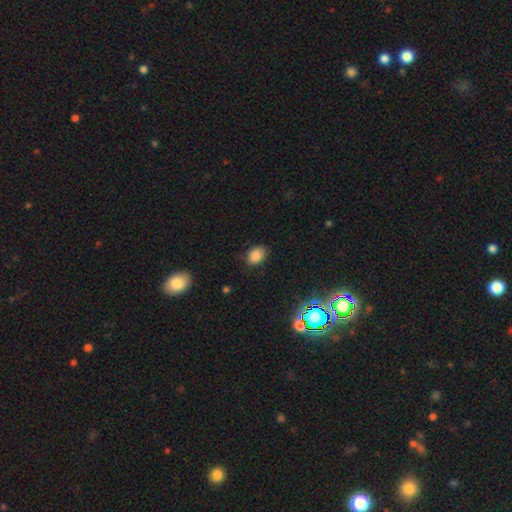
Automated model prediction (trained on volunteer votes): A smooth galaxy with no disk features (83%) that is in between round and cigar-shaped (70%).

Vote fractions:
- Smooth or featured? smooth: 83% / star or artifact: 12% / featured or disk: 5%
- How rounded? in between: 70% / round: 29% / cigar-shaped: 1%
- Merging? none: 75% / minor disturbance: 20% / major disturbance: 4% / merger: 1%